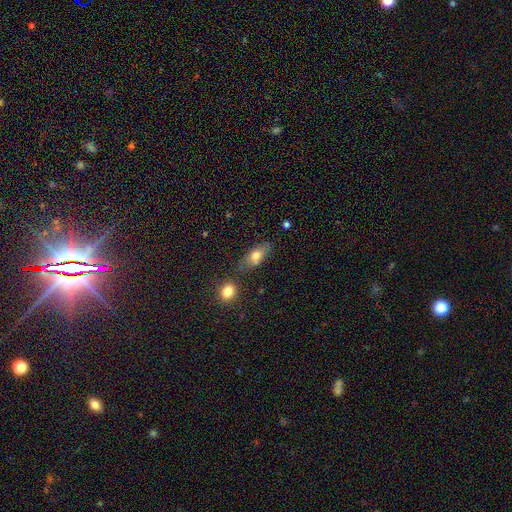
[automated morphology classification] type=smooth (69%); roundness=in between (77%); merging=none (68%).